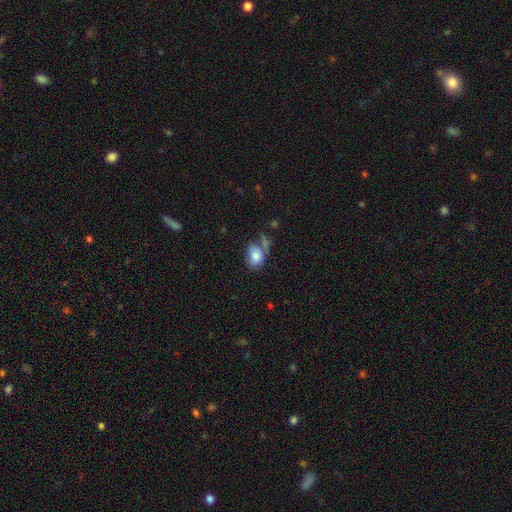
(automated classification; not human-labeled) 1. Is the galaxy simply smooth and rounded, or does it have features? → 77% smooth, 14% featured or disk, 9% star or artifact.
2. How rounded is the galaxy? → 74% in between, 24% round, 1% cigar-shaped.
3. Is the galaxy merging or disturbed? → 45% none, 22% minor disturbance, 20% merger, 12% major disturbance.